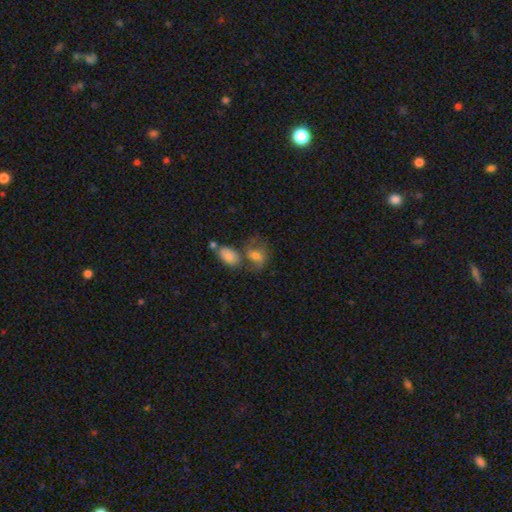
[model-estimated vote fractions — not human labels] This is likely a smooth galaxy (67%). How rounded: likely in between (68%). Merging: marginally none (37%).